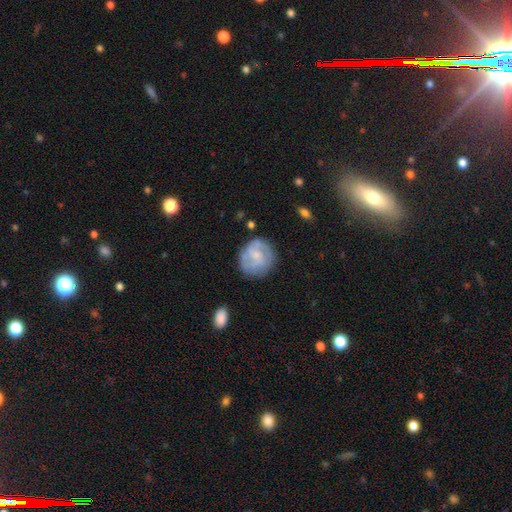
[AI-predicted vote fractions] Smooth or featured? featured or disk (54%)
Edge-on disk? no (98%)
Bar? no (58%)
Spiral arms? yes (73%)
Bulge size? small (54%)
Merging? none (73%)